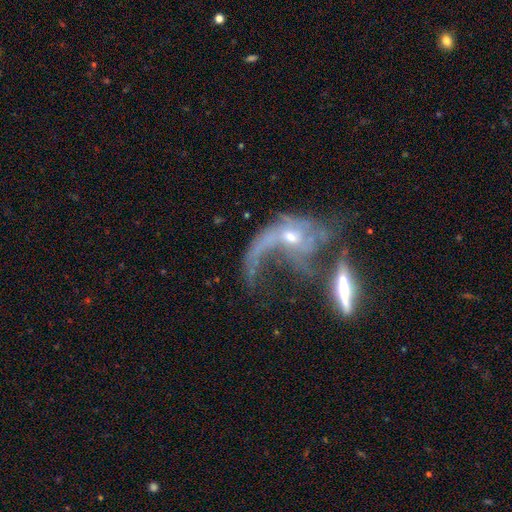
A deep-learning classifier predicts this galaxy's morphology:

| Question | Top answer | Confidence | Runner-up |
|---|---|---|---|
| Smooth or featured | featured or disk | 73% | smooth (16%) |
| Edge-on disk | no | 86% | yes (14%) |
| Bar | no | 65% | weak (25%) |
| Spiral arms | yes | 70% | no (30%) |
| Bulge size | small | 46% | moderate (43%) |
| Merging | merger | 44% | major disturbance (34%) |